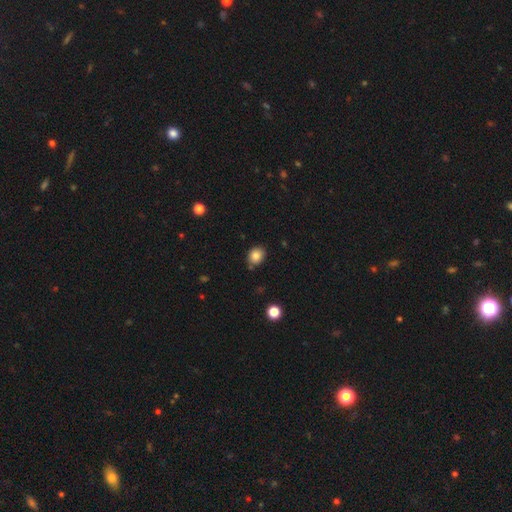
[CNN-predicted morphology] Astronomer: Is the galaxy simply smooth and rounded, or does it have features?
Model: smooth — 83%.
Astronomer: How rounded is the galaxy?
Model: round — 58% (runner-up: in between, 41%).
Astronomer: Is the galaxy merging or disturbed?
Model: none — 79%.